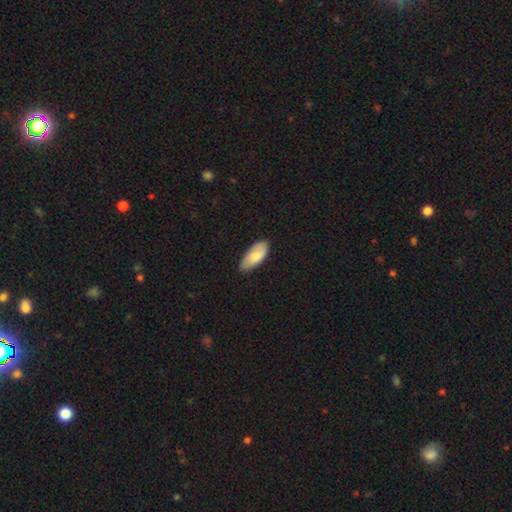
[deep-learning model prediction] smooth_or_featured: smooth (p=0.80) [alt: featured or disk p=0.15]
how_rounded: in between (p=0.89) [alt: cigar-shaped p=0.10]
merging: none (p=0.80) [alt: minor disturbance p=0.17]